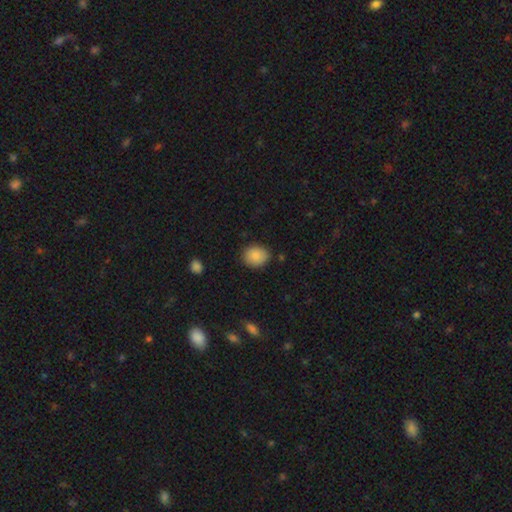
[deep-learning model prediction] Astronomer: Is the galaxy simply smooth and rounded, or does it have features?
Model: smooth — 85%.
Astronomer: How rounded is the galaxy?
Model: round — 59% (runner-up: in between, 40%).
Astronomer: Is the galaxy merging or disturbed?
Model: none — 82%.